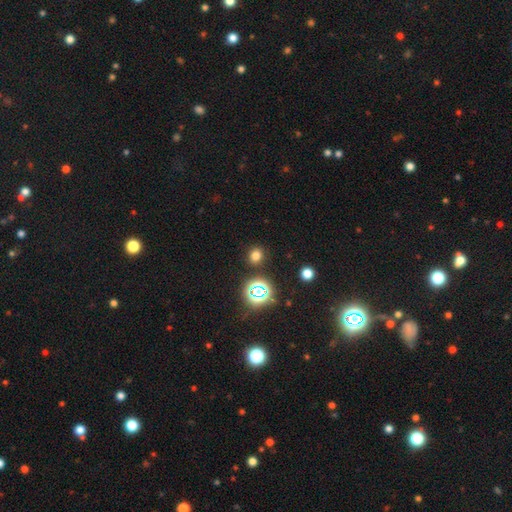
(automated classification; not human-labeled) smooth 70%, star or artifact 24%, featured or disk 6%. Down the decision tree: how rounded — round (77%); merging — none (88%).